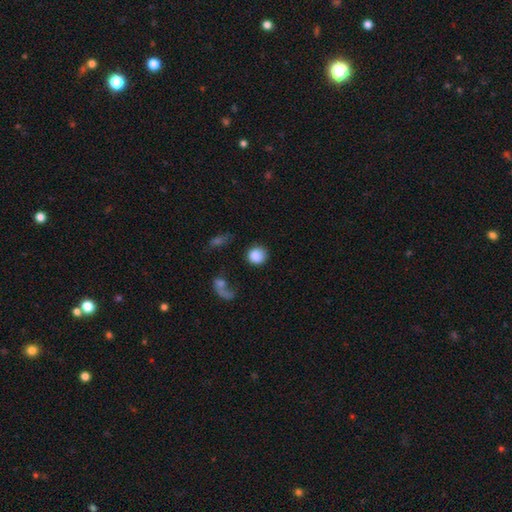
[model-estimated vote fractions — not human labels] Smooth or featured? smooth (83%)
How rounded? round (87%)
Merging? none (70%)